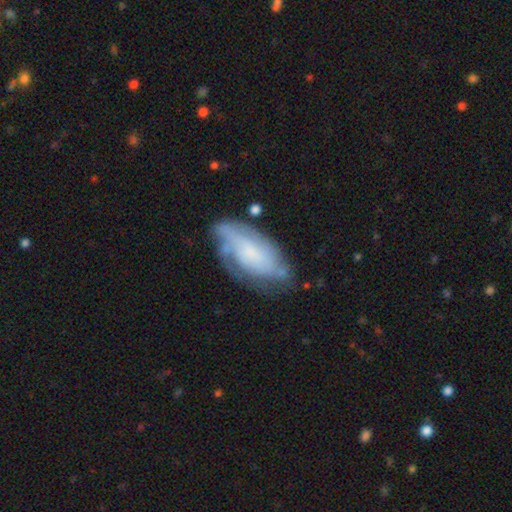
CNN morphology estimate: Smooth or featured?
  - featured or disk: 66% *
  - smooth: 26%
  - star or artifact: 8%
Edge-on disk?
  - no: 92% *
  - yes: 8%
Bar?
  - no: 70% *
  - weak: 24%
  - strong: 6%
Spiral arms?
  - yes: 86% *
  - no: 14%
Spiral winding?
  - tight: 52% *
  - medium: 35%
  - loose: 14%
Spiral arm count?
  - can't tell: 44% *
  - 2: 23%
  - 3: 16%
  - 4: 7%
  - 1: 6%
  - more than 4: 4%
Bulge size?
  - small: 40% *
  - none: 30%
  - moderate: 20%
  - large: 8%
  - dominant: 2%
Merging?
  - none: 64% *
  - minor disturbance: 24%
  - major disturbance: 10%
  - merger: 3%